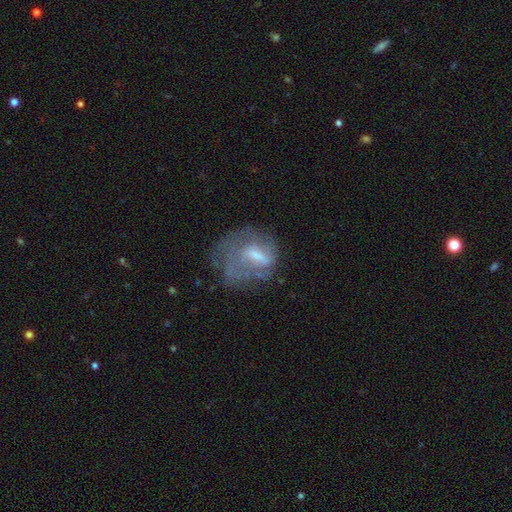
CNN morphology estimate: Smooth or featured?
  - featured or disk: 54% *
  - smooth: 35%
  - star or artifact: 11%
Edge-on disk?
  - no: 95% *
  - yes: 5%
Bar?
  - weak: 42% *
  - no: 37%
  - strong: 21%
Spiral arms?
  - no: 61% *
  - yes: 39%
Bulge size?
  - moderate: 42% *
  - small: 26%
  - none: 21%
  - large: 10%
  - dominant: 2%
Merging?
  - major disturbance: 42% *
  - none: 31%
  - minor disturbance: 22%
  - merger: 4%